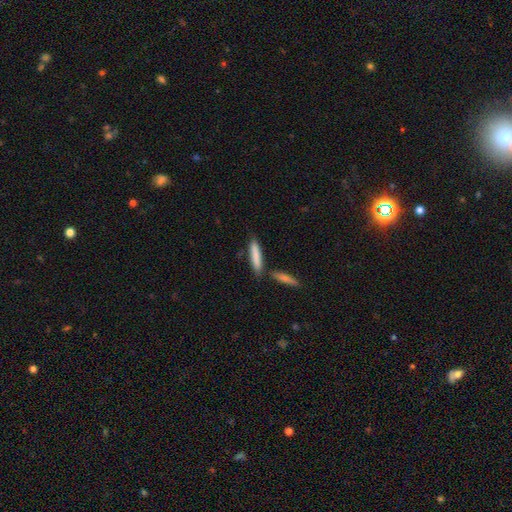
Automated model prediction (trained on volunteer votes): Smooth or featured: smooth — 81% (featured or disk — 13%)
How rounded: cigar-shaped — 85% (in between — 13%)
Merging: none — 75% (merger — 12%)